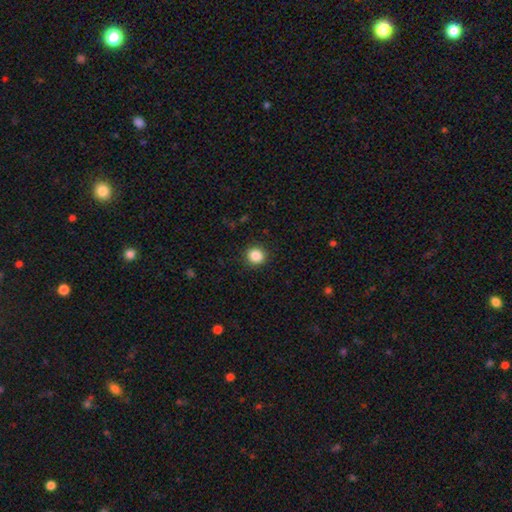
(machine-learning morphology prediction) A smooth galaxy with no disk features (86%) that is round (91%).

Vote fractions:
- Smooth or featured? smooth: 86% / star or artifact: 10% / featured or disk: 4%
- How rounded? round: 91% / in between: 8% / cigar-shaped: 1%
- Merging? none: 91% / minor disturbance: 6% / major disturbance: 2% / merger: 1%